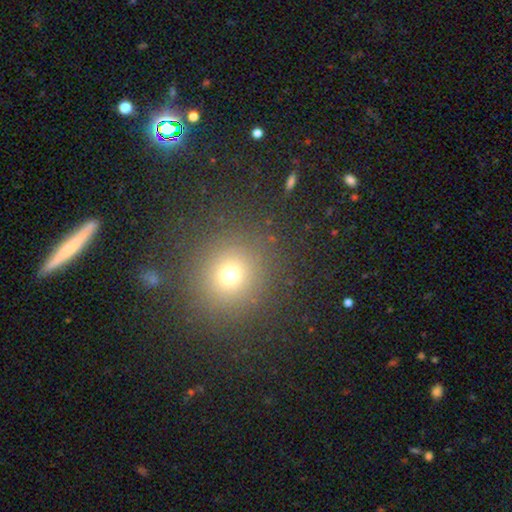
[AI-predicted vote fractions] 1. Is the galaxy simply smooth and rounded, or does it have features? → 60% smooth, 30% star or artifact, 10% featured or disk.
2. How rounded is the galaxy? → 92% round, 7% in between, 2% cigar-shaped.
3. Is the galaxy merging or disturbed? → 89% none, 6% minor disturbance, 3% major disturbance, 2% merger.